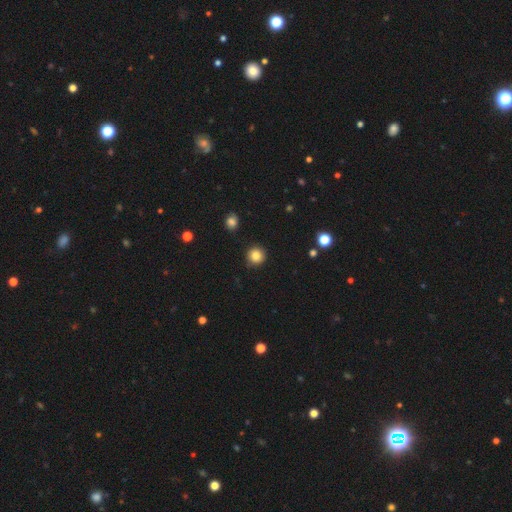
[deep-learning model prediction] A smooth galaxy with no disk features (84%) that is round (94%).

Vote fractions:
- Smooth or featured? smooth: 84% / star or artifact: 11% / featured or disk: 5%
- How rounded? round: 94% / in between: 5% / cigar-shaped: 1%
- Merging? none: 90% / minor disturbance: 6% / major disturbance: 2% / merger: 2%